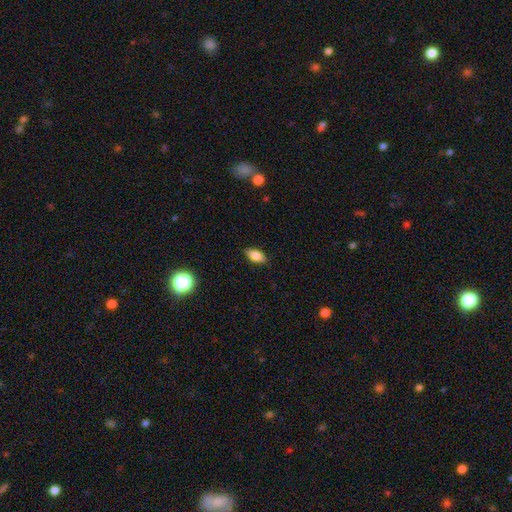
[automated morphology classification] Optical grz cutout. It shows a smooth galaxy with no disk features (83%) that is in between round and cigar-shaped (88%). Merging: none (86%).